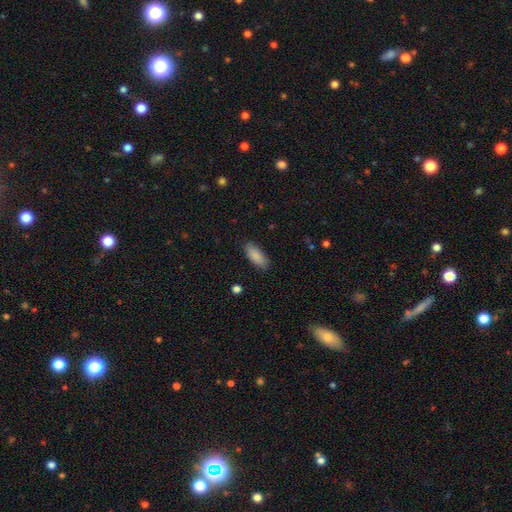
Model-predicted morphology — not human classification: Smooth or featured? smooth (88%)
How rounded? in between (80%)
Merging? none (87%)